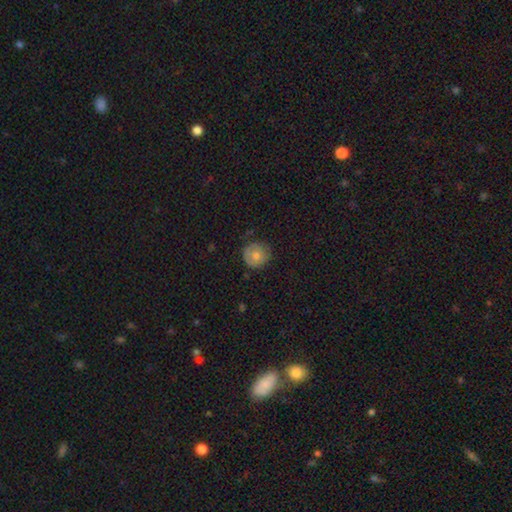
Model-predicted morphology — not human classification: The model was most divided on "smooth or featured": smooth: 74%, featured or disk: 18%, star or artifact: 8%. More confident: how rounded — round (92%); merging — none (77%).